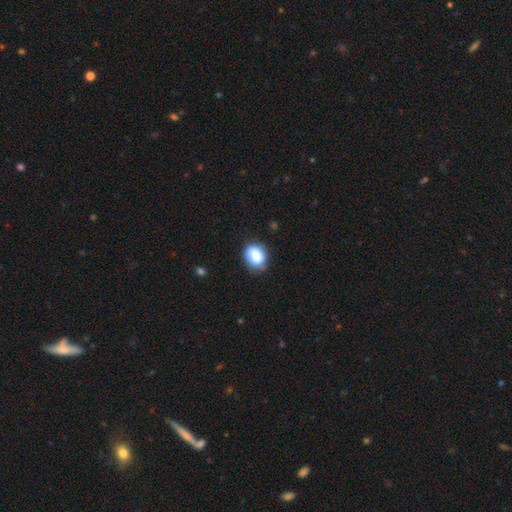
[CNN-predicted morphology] This is clearly a smooth galaxy (81%). How rounded: possibly in between (50%). Merging: likely none (69%).